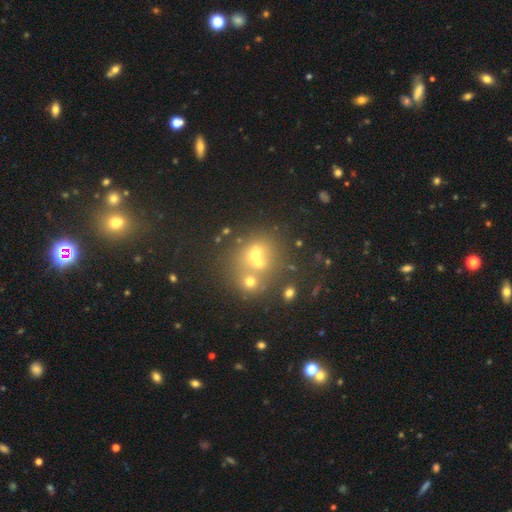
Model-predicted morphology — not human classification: Smooth or featured?
  - smooth: 51% *
  - star or artifact: 26%
  - featured or disk: 23%
How rounded?
  - round: 76% *
  - in between: 23%
  - cigar-shaped: 1%
Merging?
  - merger: 48% *
  - none: 40%
  - minor disturbance: 7%
  - major disturbance: 4%